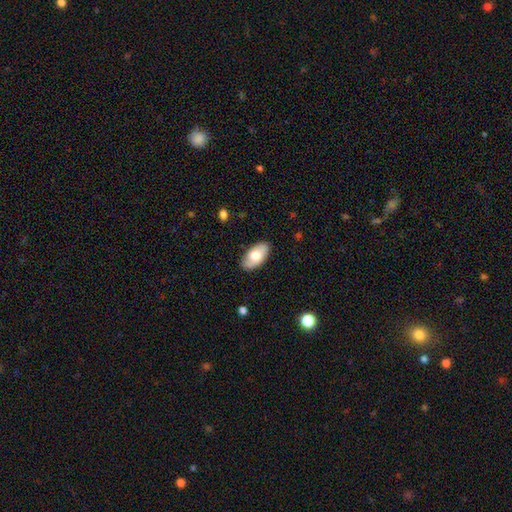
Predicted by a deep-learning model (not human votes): Smooth or featured?
  - smooth: 71% *
  - featured or disk: 23%
  - star or artifact: 6%
How rounded?
  - in between: 95% *
  - round: 3%
  - cigar-shaped: 2%
Merging?
  - none: 85% *
  - minor disturbance: 12%
  - major disturbance: 2%
  - merger: 1%